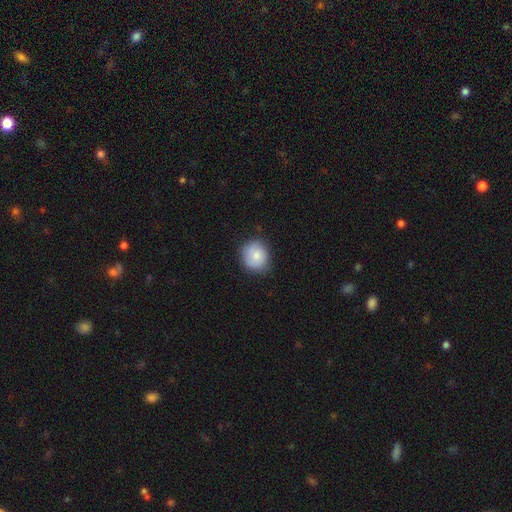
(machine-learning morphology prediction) Smooth or featured?
  - smooth: 78% *
  - featured or disk: 14%
  - star or artifact: 7%
How rounded?
  - round: 80% *
  - in between: 19%
  - cigar-shaped: 1%
Merging?
  - none: 77% *
  - minor disturbance: 18%
  - major disturbance: 3%
  - merger: 1%